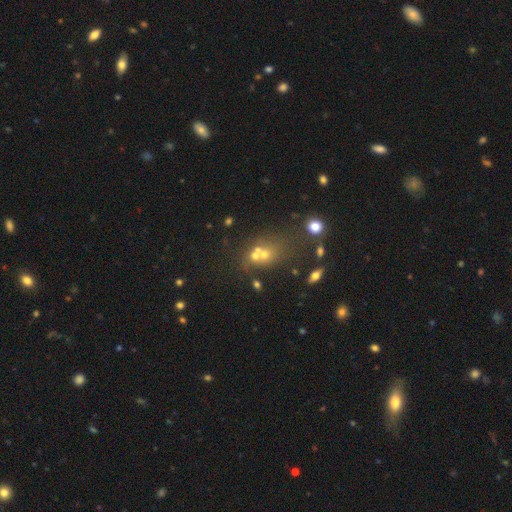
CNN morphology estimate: This appears to be a smooth galaxy with no disk features (48%). Merging: none (44%).